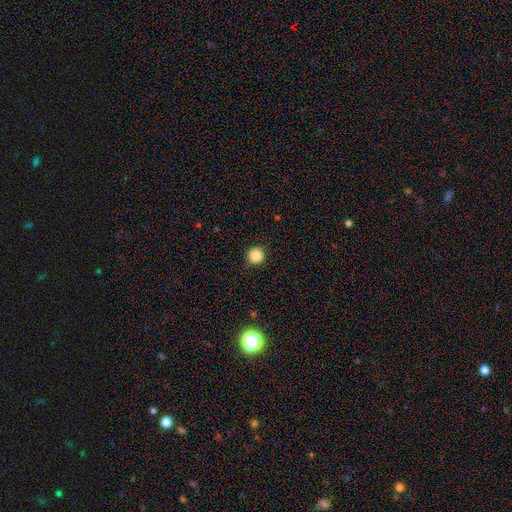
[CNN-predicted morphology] A smooth galaxy with no disk features (87%) that is round (96%). Merging: none (92%).